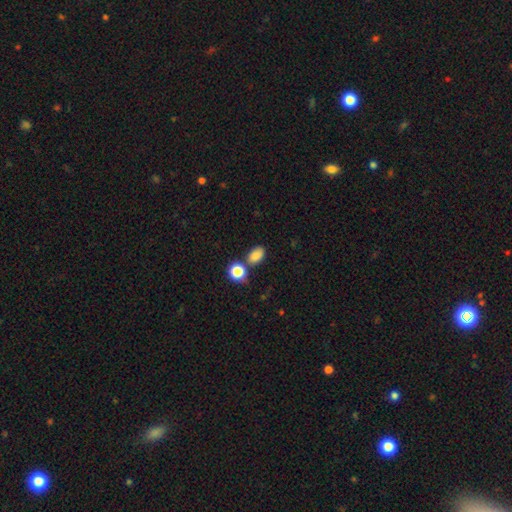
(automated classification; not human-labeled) Smooth or featured?
  - smooth: 84% *
  - star or artifact: 11%
  - featured or disk: 5%
How rounded?
  - in between: 82% *
  - round: 17%
  - cigar-shaped: 1%
Merging?
  - none: 68% *
  - merger: 15%
  - minor disturbance: 13%
  - major disturbance: 4%